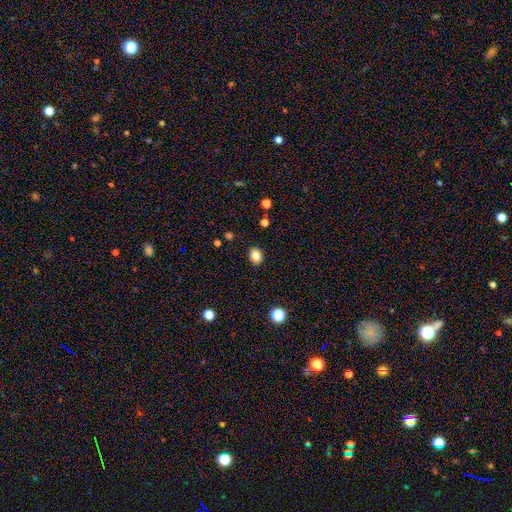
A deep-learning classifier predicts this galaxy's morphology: This is clearly a smooth galaxy (84%). How rounded: possibly in between (51%). Merging: clearly none (89%).